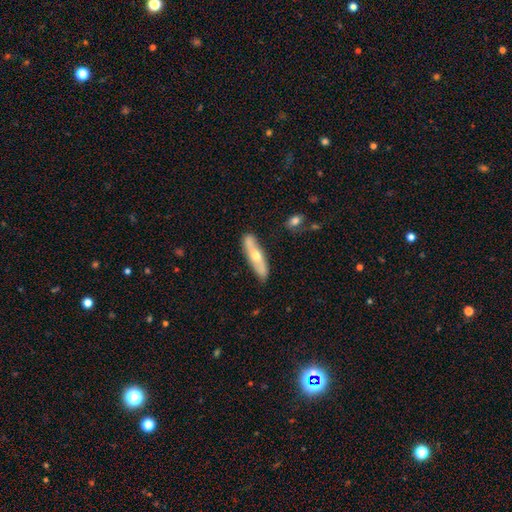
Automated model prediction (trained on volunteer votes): Q: Smooth or featured?
A: featured or disk (51%); runner-up: smooth (44%)
Q: Edge-on disk?
A: yes (55%); runner-up: no (45%)
Q: Merging?
A: none (80%); runner-up: minor disturbance (14%)